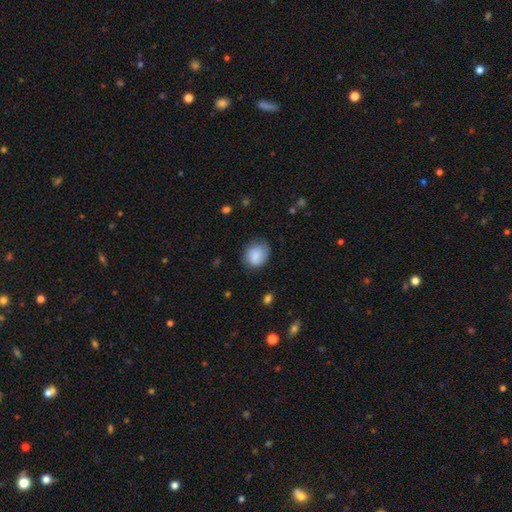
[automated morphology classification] type=smooth (81%); roundness=round (56%); merging=none (67%).